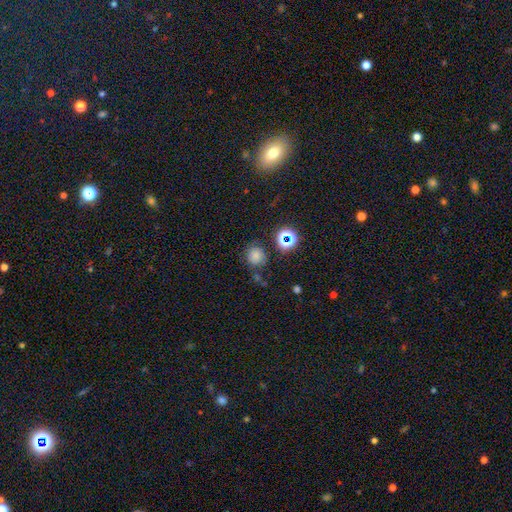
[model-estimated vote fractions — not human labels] Smooth or featured? smooth (71%)
How rounded? round (84%)
Merging? none (72%)